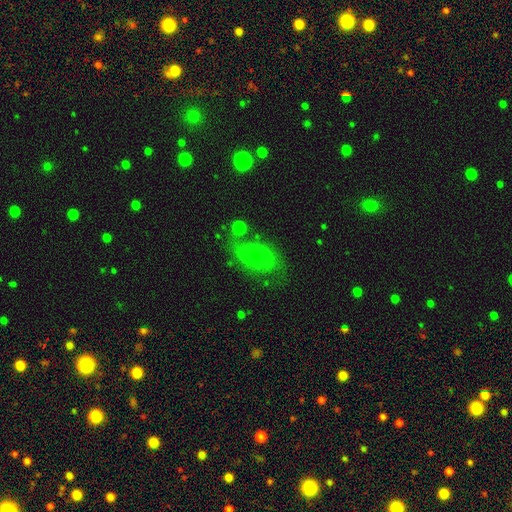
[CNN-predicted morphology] A featured or disk galaxy (58%) with no bar (63%), spiral arms (77%) and a small central bulge (52%).

Vote fractions:
- Smooth or featured? featured or disk: 58% / smooth: 29% / star or artifact: 13%
- Edge-on disk? no: 95% / yes: 5%
- Bar? no: 63% / weak: 30% / strong: 7%
- Spiral arms? yes: 77% / no: 23%
- Bulge size? small: 52% / moderate: 43% / large: 2% / none: 2% / dominant: 1%
- Merging? none: 66% / minor disturbance: 20% / major disturbance: 10% / merger: 5%